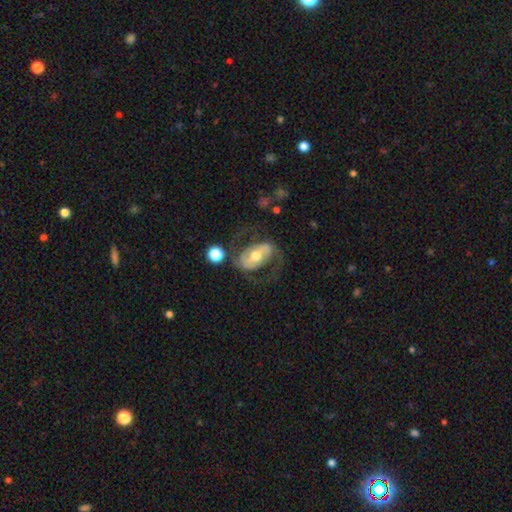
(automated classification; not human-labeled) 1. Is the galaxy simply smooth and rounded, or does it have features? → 76% featured or disk, 18% smooth, 6% star or artifact.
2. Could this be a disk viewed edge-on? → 96% no, 4% yes.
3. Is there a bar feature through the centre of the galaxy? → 34% weak, 33% no, 33% strong.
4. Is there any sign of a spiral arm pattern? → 80% yes, 20% no.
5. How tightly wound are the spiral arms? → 46% medium, 39% loose, 15% tight.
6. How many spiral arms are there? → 88% 2, 6% can't tell, 3% 1, 1% 3, 1% 4, 1% more than 4.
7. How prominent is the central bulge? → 74% moderate, 15% small, 9% large, 1% dominant, 1% none.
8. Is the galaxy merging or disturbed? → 60% none, 20% major disturbance, 16% minor disturbance, 4% merger.